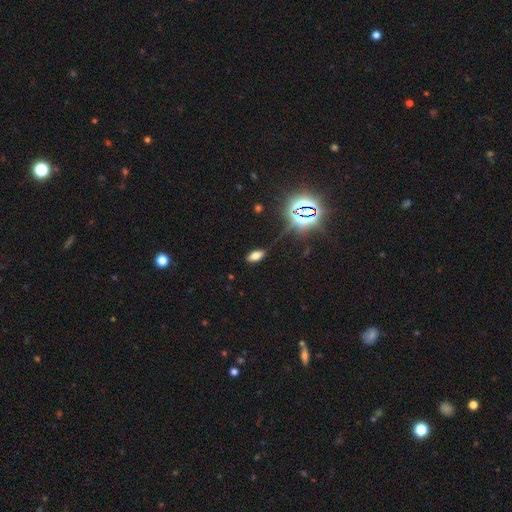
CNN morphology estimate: This appears to be a smooth galaxy with no disk features (67%) that is in between round and cigar-shaped (88%). Merging: none (83%).